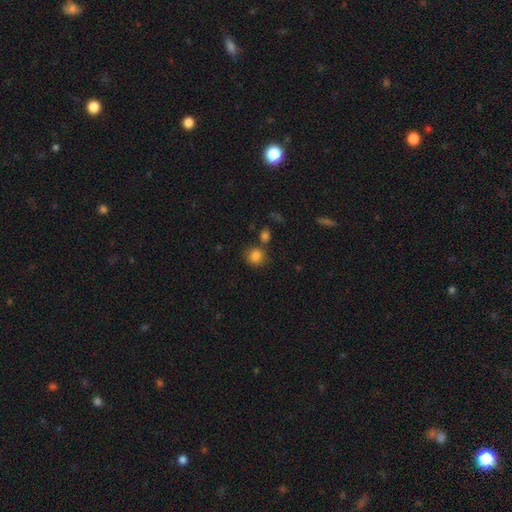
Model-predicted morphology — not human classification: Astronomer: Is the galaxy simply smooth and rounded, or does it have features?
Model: smooth — 85%.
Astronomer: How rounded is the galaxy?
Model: round — 84%.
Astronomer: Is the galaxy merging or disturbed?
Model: none — 73%.